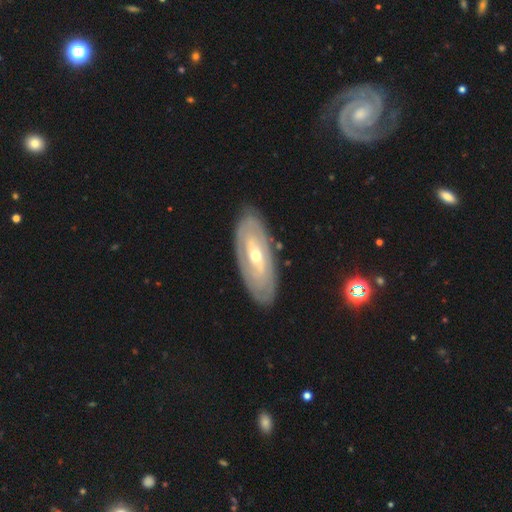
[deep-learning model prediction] featured or disk 77%, smooth 19%, star or artifact 4%. Down the decision tree: edge-on disk — no (89%); bar — no (61%); spiral arms — yes (63%); bulge size — moderate (55%); merging — none (84%).